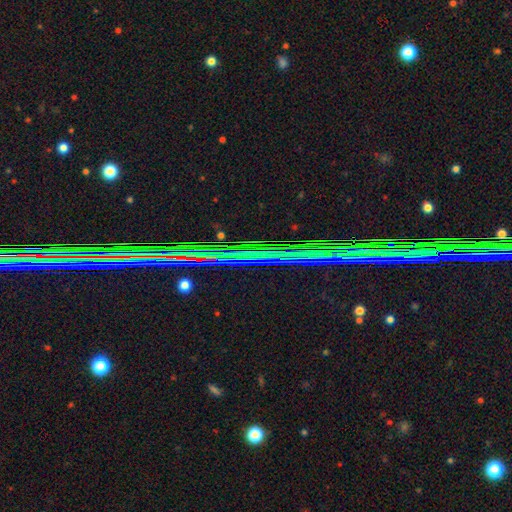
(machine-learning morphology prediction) Q: Smooth or featured?
A: star or artifact (87%); runner-up: featured or disk (8%)